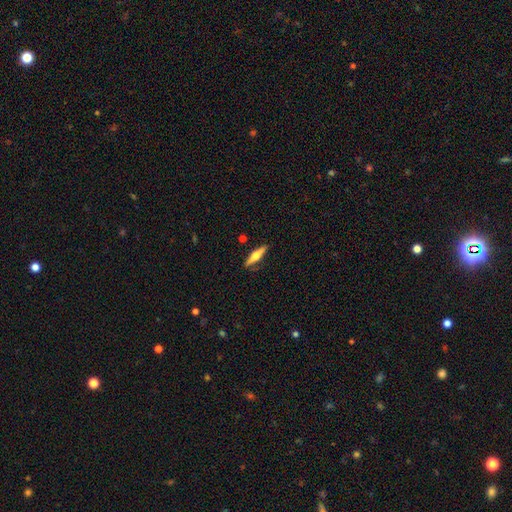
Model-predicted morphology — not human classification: type=featured or disk (55%); edge-on=yes (95%); edge-on bulge=rounded (91%); merging=none (86%).